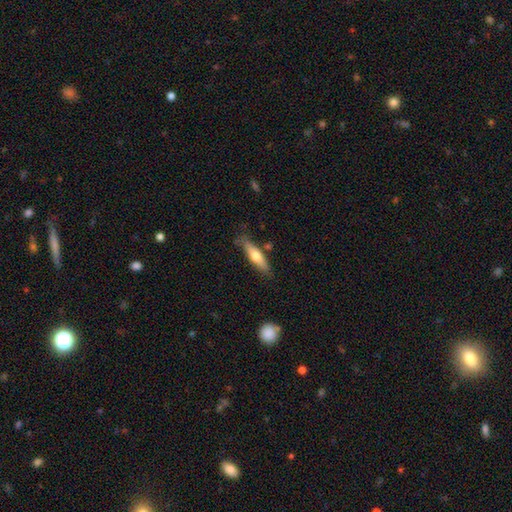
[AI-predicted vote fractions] Smooth or featured? Predicted: smooth (p=0.57). How rounded? Predicted: cigar-shaped (p=0.71). Merging? Predicted: none (p=0.78).